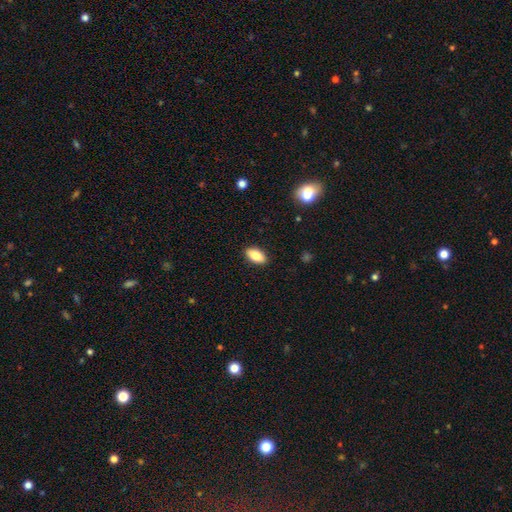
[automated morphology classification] smooth-or-featured: smooth: 84% | featured or disk: 9% | star or artifact: 7%
  how-rounded: in between: 91% | cigar-shaped: 5% | round: 4%
  merging: none: 89% | minor disturbance: 8% | major disturbance: 2% | merger: 1%